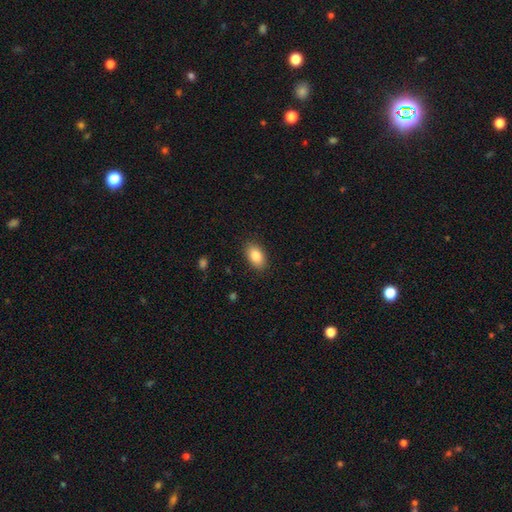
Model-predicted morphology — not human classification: This is clearly a smooth galaxy (84%). How rounded: clearly in between (91%). Merging: clearly none (88%).